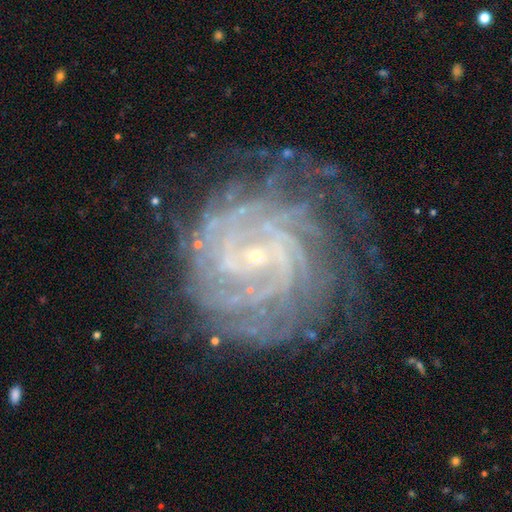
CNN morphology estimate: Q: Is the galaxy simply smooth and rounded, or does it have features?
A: featured or disk — 88%.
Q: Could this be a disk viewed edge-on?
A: no — 97%.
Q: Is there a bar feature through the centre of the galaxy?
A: no — 54%.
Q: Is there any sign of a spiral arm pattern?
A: yes — 97%.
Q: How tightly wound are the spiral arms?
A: tight — 78%.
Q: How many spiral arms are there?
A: can't tell — 29%.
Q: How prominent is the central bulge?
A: small — 88%.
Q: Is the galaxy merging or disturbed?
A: none — 72%.